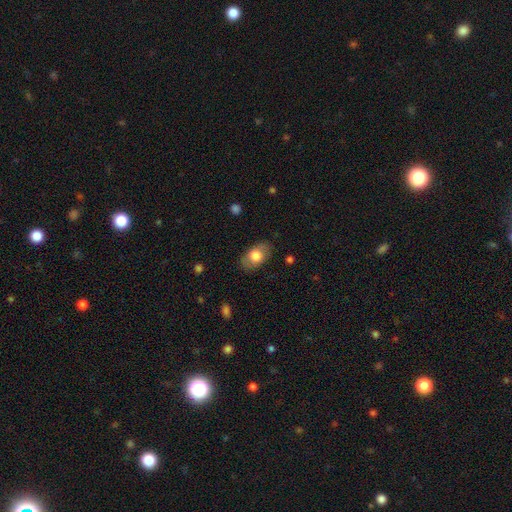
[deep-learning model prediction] This is likely a smooth galaxy (72%). How rounded: clearly in between (88%). Merging: clearly none (82%).